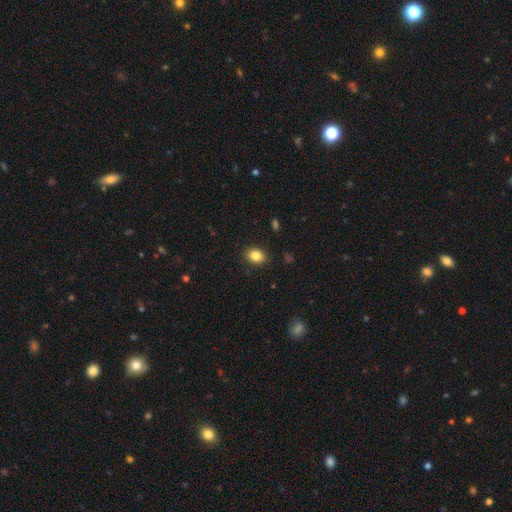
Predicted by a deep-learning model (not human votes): Smooth or featured: smooth — 85% (star or artifact — 9%)
How rounded: in between — 61% (round — 38%)
Merging: none — 89% (minor disturbance — 8%)